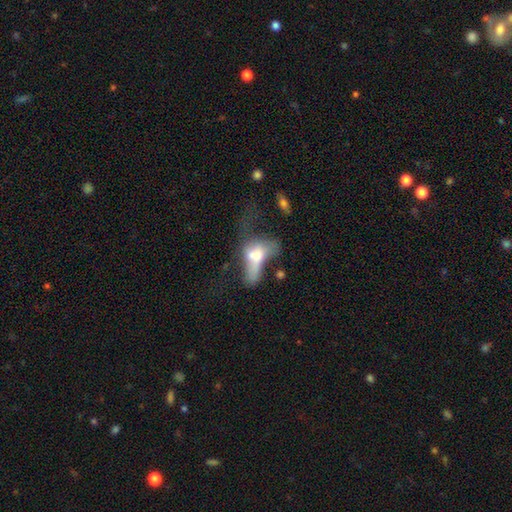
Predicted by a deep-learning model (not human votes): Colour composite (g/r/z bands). It shows a smooth galaxy with no disk features (51%) that is in between round and cigar-shaped (78%). Merging: major disturbance (44%).